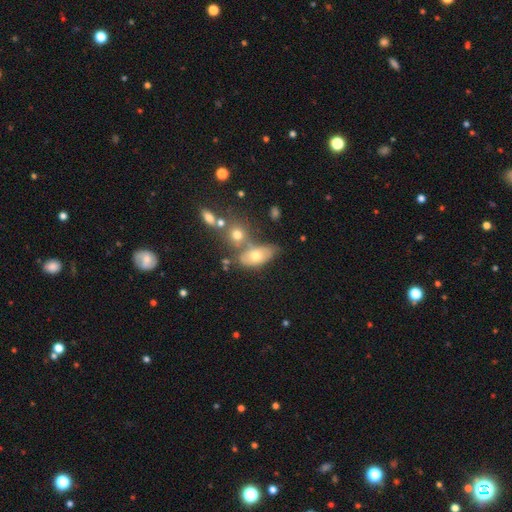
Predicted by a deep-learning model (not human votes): Morphology: type=smooth (63%); roundness=in between (86%); merging=none (44%).